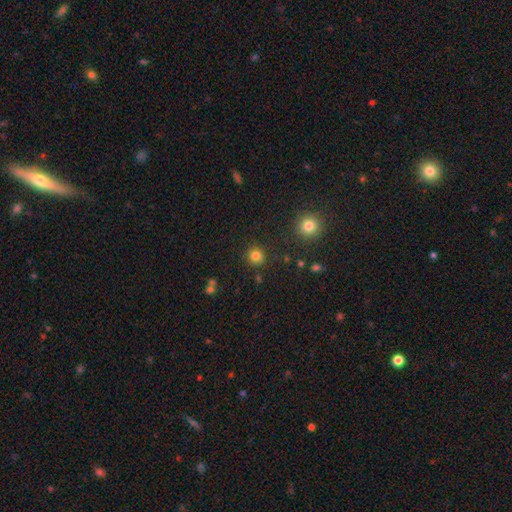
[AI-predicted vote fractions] A smooth galaxy with no disk features (82%) that is round (91%). Merging: none (88%).